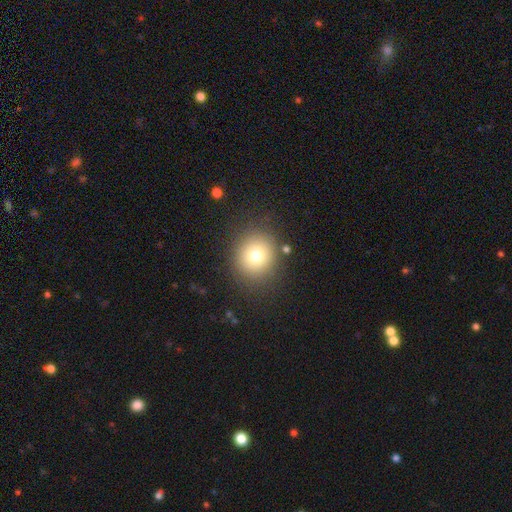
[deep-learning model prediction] The model was most divided on "how rounded": round: 80%, in between: 19%, cigar-shaped: 1%. More confident: merging — none (85%); smooth or featured — smooth (77%).